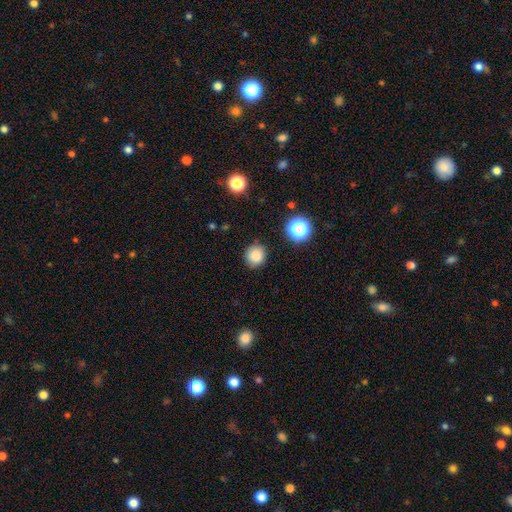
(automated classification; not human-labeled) smooth-or-featured: smooth: 83% | star or artifact: 12% | featured or disk: 5%
  how-rounded: round: 89% | in between: 10% | cigar-shaped: 1%
  merging: none: 86% | minor disturbance: 10% | major disturbance: 2% | merger: 2%